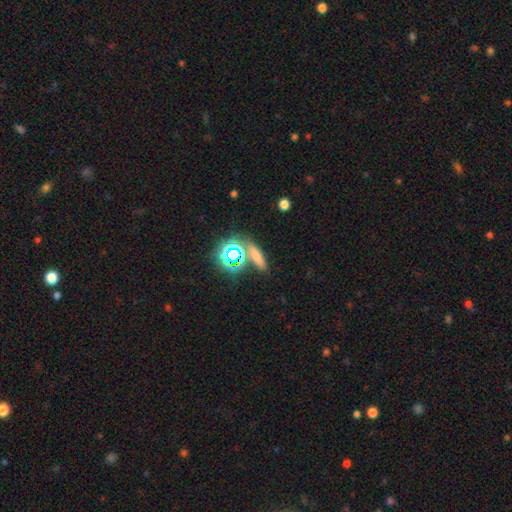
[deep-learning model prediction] smooth_or_featured: smooth (p=0.55) [alt: star or artifact p=0.31]
how_rounded: cigar-shaped (p=0.55) [alt: in between p=0.29]
merging: none (p=0.74) [alt: merger p=0.12]